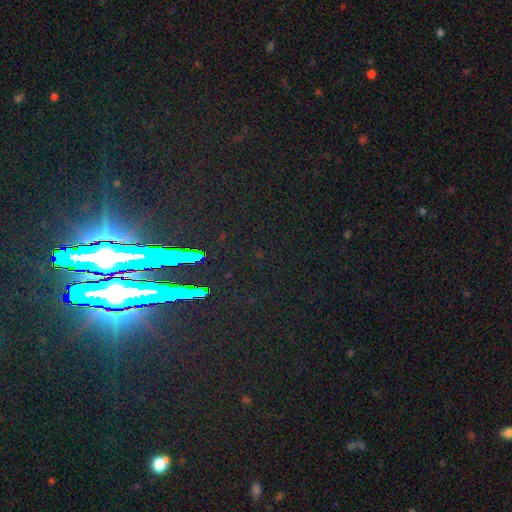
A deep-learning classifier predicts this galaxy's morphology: The model was most divided on "smooth or featured": star or artifact: 80%, featured or disk: 10%, smooth: 10%.